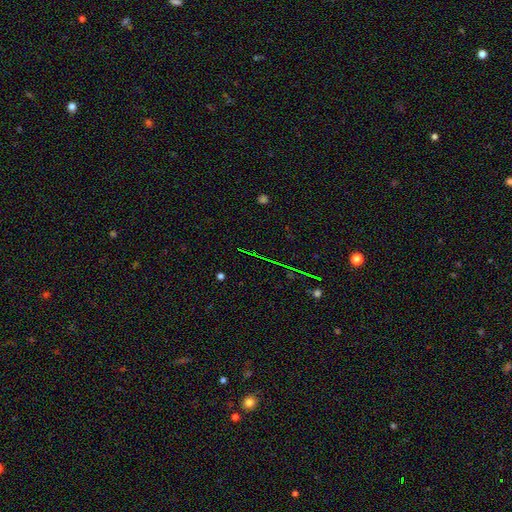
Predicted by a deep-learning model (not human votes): The model was most divided on "smooth or featured": star or artifact: 76%, smooth: 13%, featured or disk: 12%.